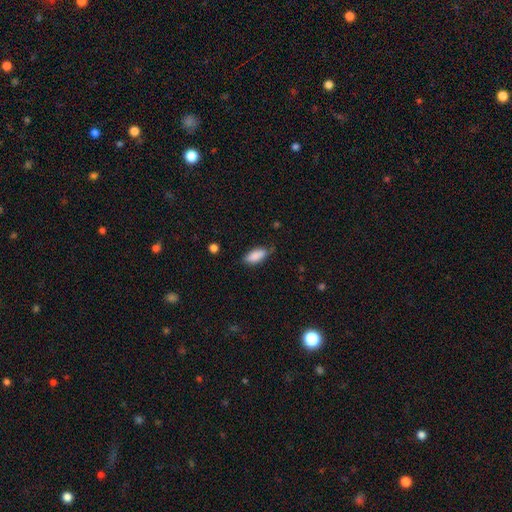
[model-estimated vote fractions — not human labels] Overall: smooth (85%). How rounded: in between (83%). Merging: none (68%).